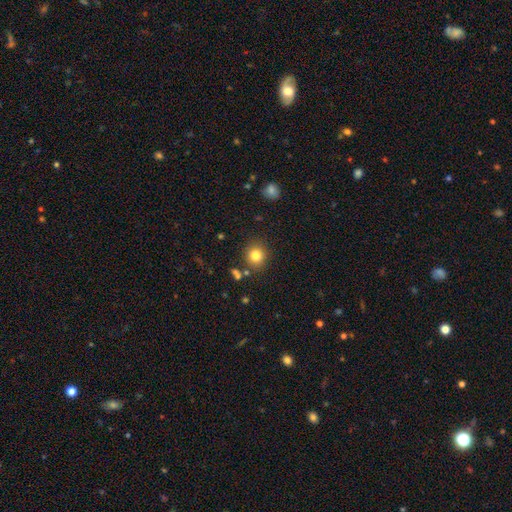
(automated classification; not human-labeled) smooth 82%, star or artifact 12%, featured or disk 7%. Down the decision tree: how rounded — round (87%); merging — none (85%).